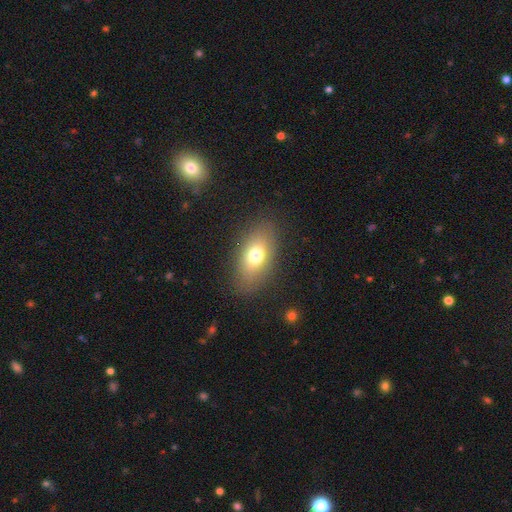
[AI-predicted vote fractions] Morphology: type=smooth (71%); roundness=in between (87%); merging=none (83%).